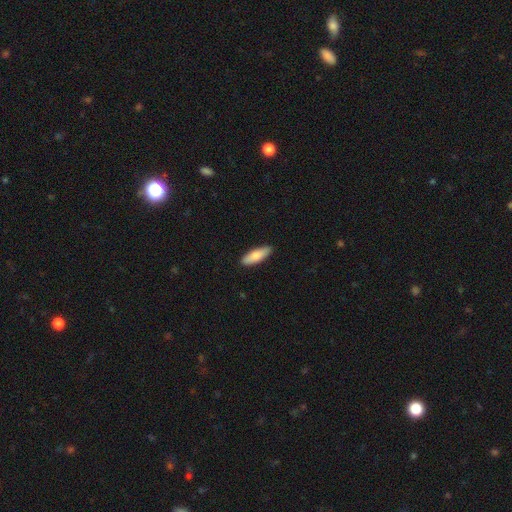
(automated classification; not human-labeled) Overall: smooth (79%). How rounded: in between (53%; cigar-shaped 45%). Merging: none (89%).